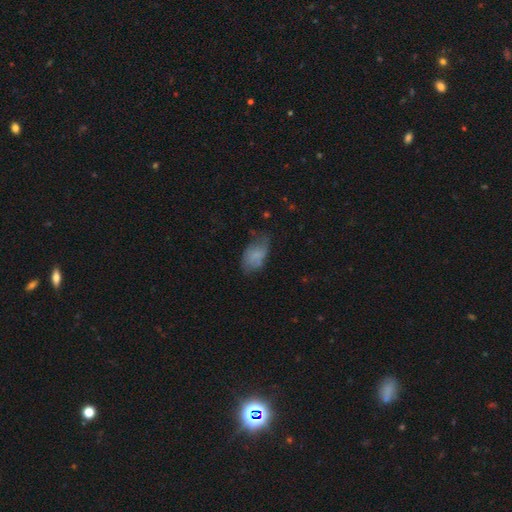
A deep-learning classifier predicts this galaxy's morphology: smooth_or_featured: smooth (p=0.71) [alt: featured or disk p=0.20]
how_rounded: in between (p=0.92) [alt: round p=0.06]
merging: none (p=0.49) [alt: minor disturbance p=0.34]